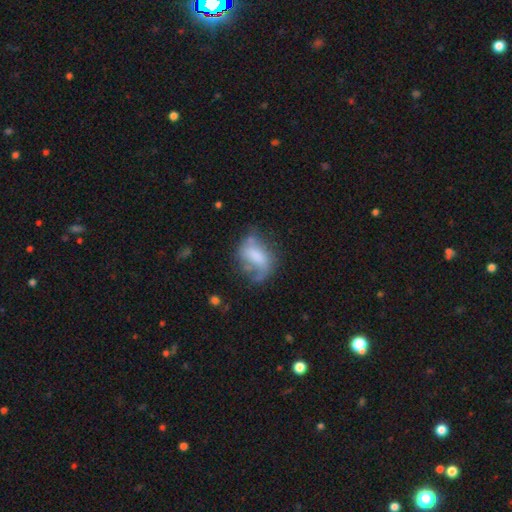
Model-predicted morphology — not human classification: A smooth galaxy with no disk features (51%) that is in between round and cigar-shaped (80%).

Vote fractions:
- Smooth or featured? smooth: 51% / featured or disk: 40% / star or artifact: 9%
- How rounded? in between: 80% / round: 17% / cigar-shaped: 4%
- Merging? none: 35% / major disturbance: 30% / minor disturbance: 27% / merger: 8%